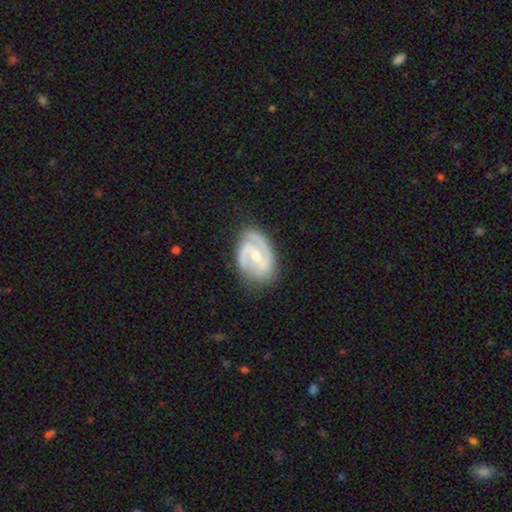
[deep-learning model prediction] Q: Smooth or featured?
A: featured or disk (87%); runner-up: smooth (8%)
Q: Edge-on disk?
A: no (97%); runner-up: yes (3%)
Q: Bar?
A: weak (47%); runner-up: no (37%)
Q: Spiral arms?
A: yes (97%); runner-up: no (3%)
Q: Spiral winding?
A: tight (45%); tied with: medium (45%)
Q: Spiral arm count?
A: 2 (79%); runner-up: 1 (7%)
Q: Bulge size?
A: moderate (51%); runner-up: small (44%)
Q: Merging?
A: none (73%); runner-up: minor disturbance (19%)